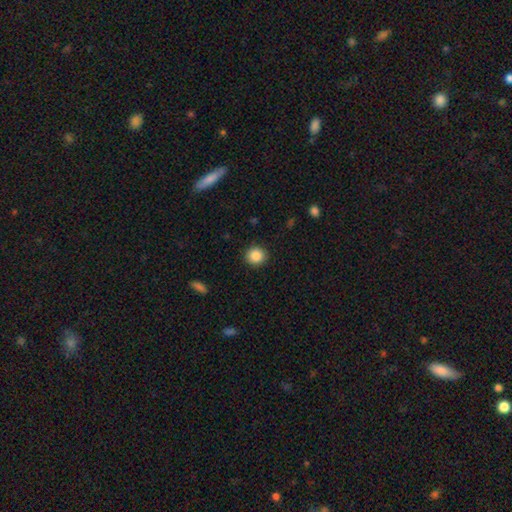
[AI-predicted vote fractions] smooth_or_featured: smooth (p=0.88) [alt: star or artifact p=0.09]
how_rounded: round (p=0.89) [alt: in between p=0.10]
merging: none (p=0.90) [alt: minor disturbance p=0.06]